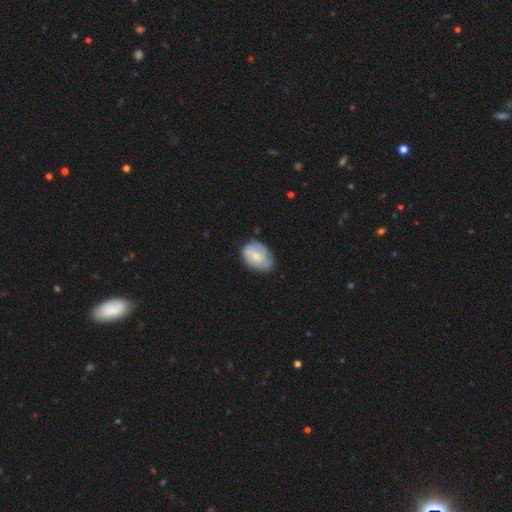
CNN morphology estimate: Smooth or featured? Predicted: smooth (p=0.48). Merging? Predicted: none (p=0.65).